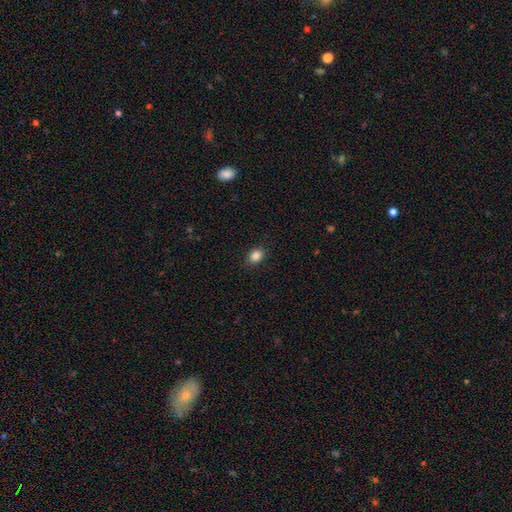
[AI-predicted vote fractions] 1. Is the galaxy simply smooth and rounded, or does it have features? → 87% smooth, 9% star or artifact, 4% featured or disk.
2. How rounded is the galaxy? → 63% in between, 36% round, 1% cigar-shaped.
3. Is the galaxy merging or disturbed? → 89% none, 8% minor disturbance, 2% major disturbance, 1% merger.